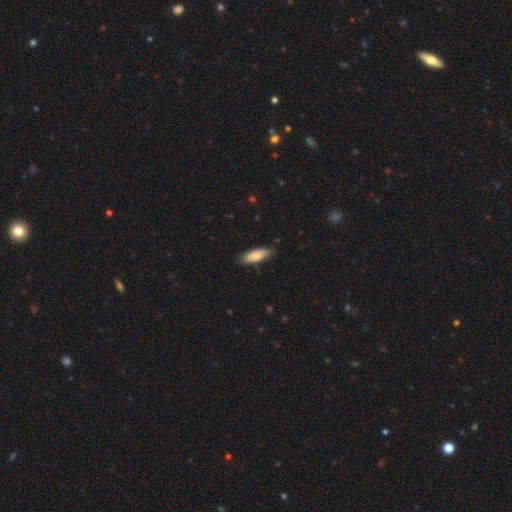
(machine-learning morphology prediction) This is clearly a smooth galaxy (82%). How rounded: likely in between (64%). Merging: clearly none (81%).